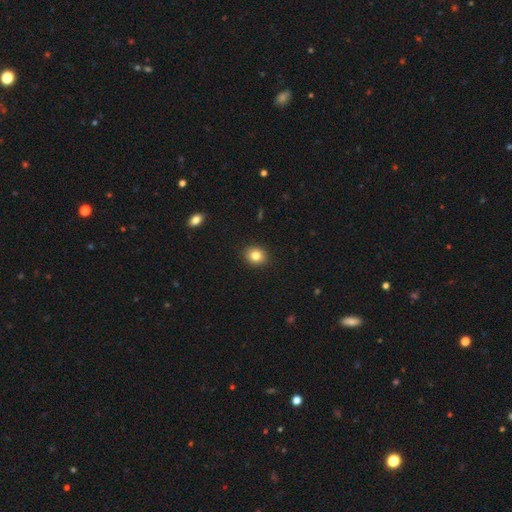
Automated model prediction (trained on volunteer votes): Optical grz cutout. It shows a smooth galaxy with no disk features (83%) that is round (70%). Merging: none (91%).